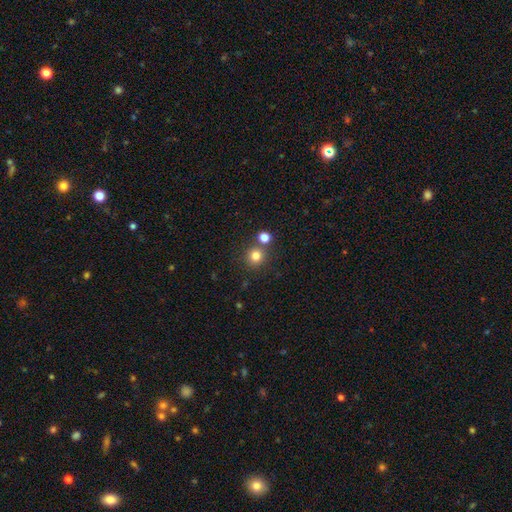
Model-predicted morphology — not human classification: Q: Smooth or featured?
A: smooth (79%); runner-up: star or artifact (14%)
Q: How rounded?
A: round (92%); runner-up: in between (7%)
Q: Merging?
A: none (77%); runner-up: merger (14%)